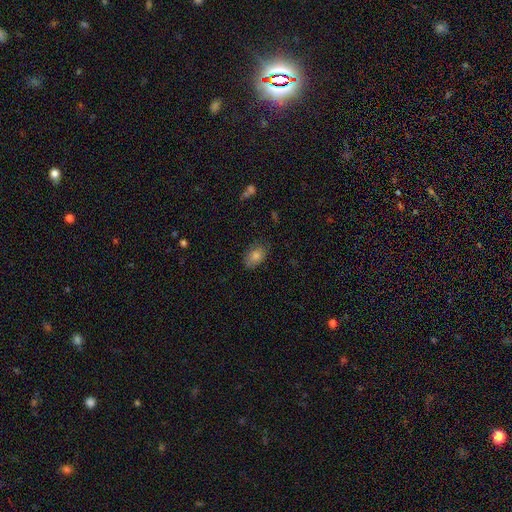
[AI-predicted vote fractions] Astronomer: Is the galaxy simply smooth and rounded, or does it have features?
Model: smooth — 79%.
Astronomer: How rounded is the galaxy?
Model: in between — 84%.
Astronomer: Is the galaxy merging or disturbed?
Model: none — 80%.